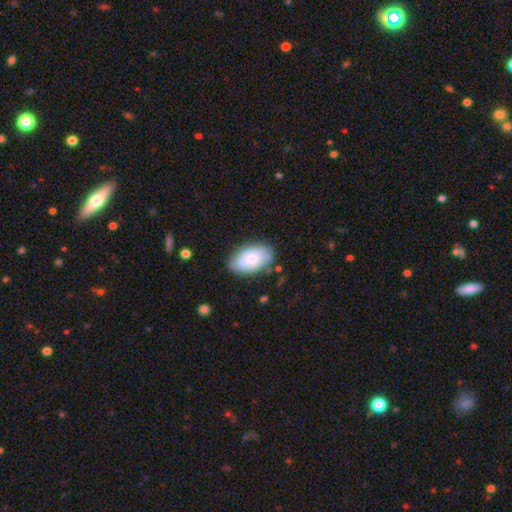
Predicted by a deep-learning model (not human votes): Morphology: type=smooth (64%); roundness=in between (92%); merging=none (70%).